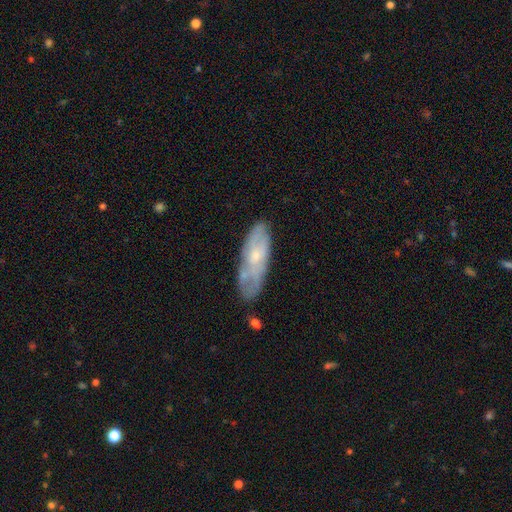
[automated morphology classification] smooth-or-featured: featured or disk: 52% | smooth: 41% | star or artifact: 7%
  disk-edge-on: no: 79% | yes: 21%
  merging: none: 66% | minor disturbance: 23% | major disturbance: 6% | merger: 4%